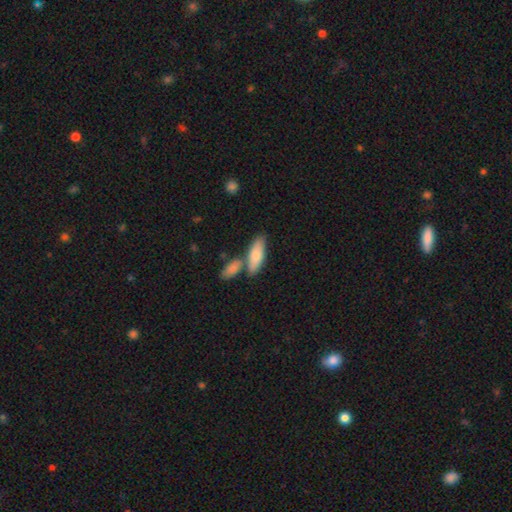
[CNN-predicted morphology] smooth_or_featured: smooth (p=0.77) [alt: featured or disk p=0.18]
how_rounded: in between (p=0.67) [alt: cigar-shaped p=0.31]
merging: none (p=0.56) [alt: merger p=0.29]